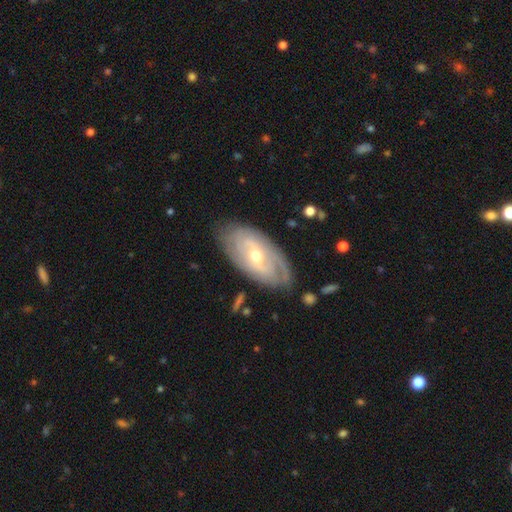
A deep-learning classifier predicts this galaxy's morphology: smooth-or-featured: featured or disk: 79% | smooth: 16% | star or artifact: 5%
  disk-edge-on: no: 92% | yes: 8%
    bar: no: 44% | weak: 39% | strong: 17%
    has-spiral-arms: yes: 84% | no: 16%
      spiral-winding: tight: 69% | medium: 23% | loose: 8%
      spiral-arm-count: can't tell: 43% | 2: 33% | 3: 11% | 4: 5% | 1: 5% | more than 4: 3%
    bulge-size: moderate: 59% | small: 37% | large: 2% | none: 1% | dominant: 1%
  merging: none: 78% | minor disturbance: 16% | major disturbance: 4% | merger: 2%